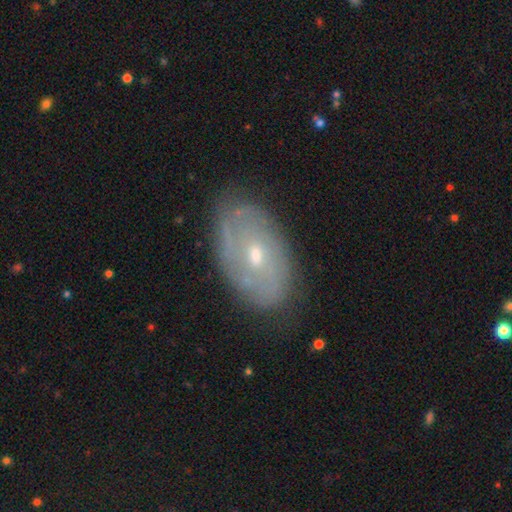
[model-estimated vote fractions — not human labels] A featured or disk galaxy (68%) with no bar (54%), spiral arms (71%) and a small central bulge (50%).

Vote fractions:
- Smooth or featured? featured or disk: 68% / smooth: 25% / star or artifact: 7%
- Edge-on disk? no: 93% / yes: 7%
- Bar? no: 54% / weak: 39% / strong: 7%
- Spiral arms? yes: 71% / no: 29%
- Bulge size? small: 50% / moderate: 47% / large: 2% / none: 1% / dominant: 1%
- Merging? none: 75% / minor disturbance: 19% / major disturbance: 5% / merger: 2%